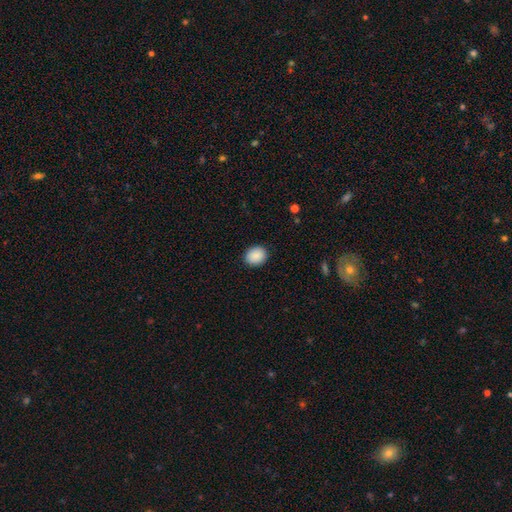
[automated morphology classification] Smooth or featured: smooth — 90% (star or artifact — 8%)
How rounded: round — 57% (in between — 42%)
Merging: none — 90% (minor disturbance — 7%)